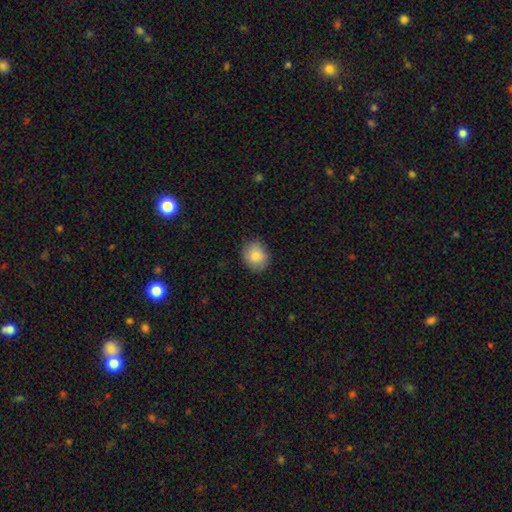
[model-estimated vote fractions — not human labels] smooth_or_featured: smooth (p=0.84) [alt: featured or disk p=0.08]
how_rounded: round (p=0.76) [alt: in between p=0.23]
merging: none (p=0.85) [alt: minor disturbance p=0.11]